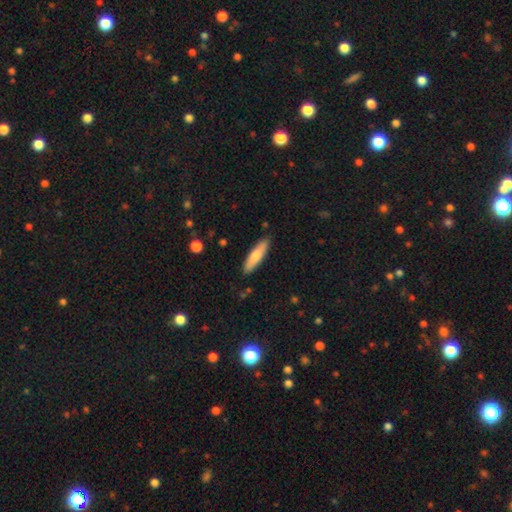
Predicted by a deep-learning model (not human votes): Smooth or featured? Predicted: smooth (p=0.73). How rounded? Predicted: cigar-shaped (p=0.75). Merging? Predicted: none (p=0.88).